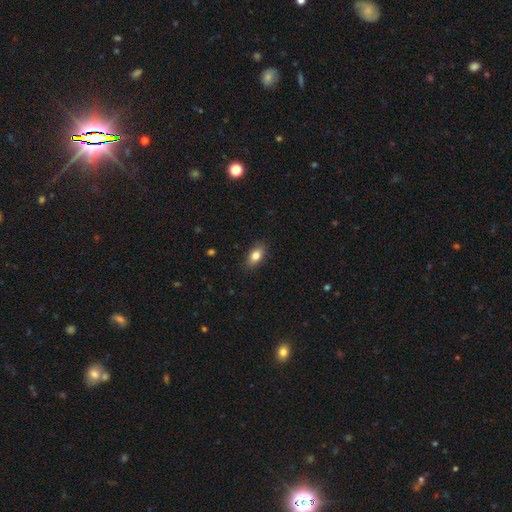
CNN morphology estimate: Smooth or featured? Predicted: smooth (p=0.82). How rounded? Predicted: in between (p=0.86). Merging? Predicted: none (p=0.86).